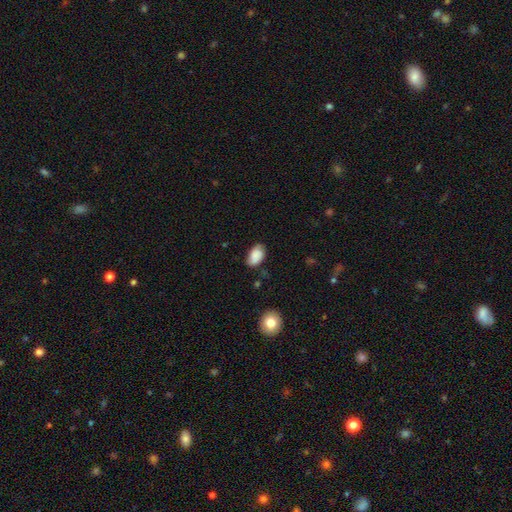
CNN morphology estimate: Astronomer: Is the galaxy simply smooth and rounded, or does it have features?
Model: smooth — 83%.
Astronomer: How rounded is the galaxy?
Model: in between — 91%.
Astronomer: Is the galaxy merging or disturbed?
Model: none — 69%.